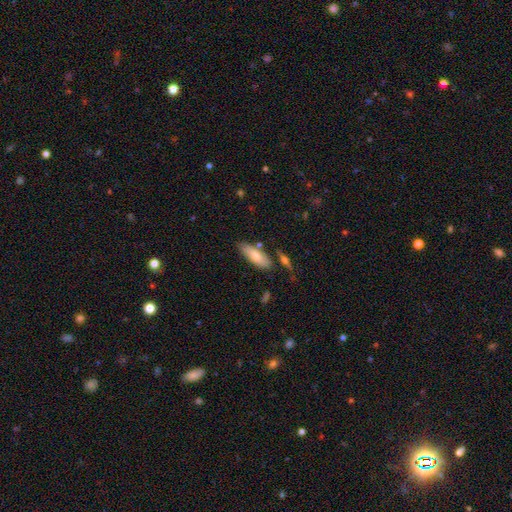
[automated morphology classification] Q: Smooth or featured?
A: smooth (72%); runner-up: featured or disk (22%)
Q: How rounded?
A: in between (69%); runner-up: cigar-shaped (29%)
Q: Merging?
A: none (72%); runner-up: minor disturbance (17%)